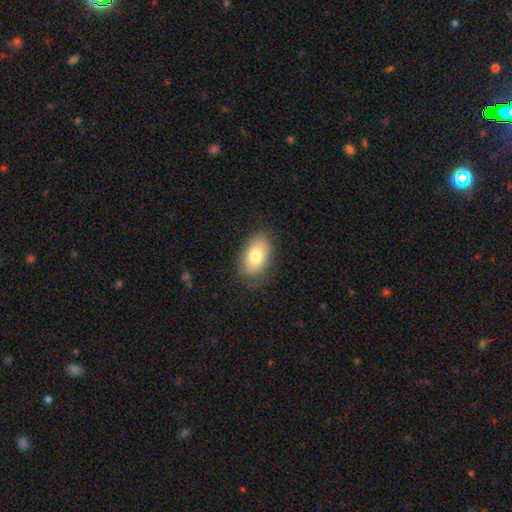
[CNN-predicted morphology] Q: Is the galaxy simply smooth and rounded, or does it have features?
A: smooth — 77%.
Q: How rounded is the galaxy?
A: in between — 91%.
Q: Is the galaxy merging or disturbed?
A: none — 81%.